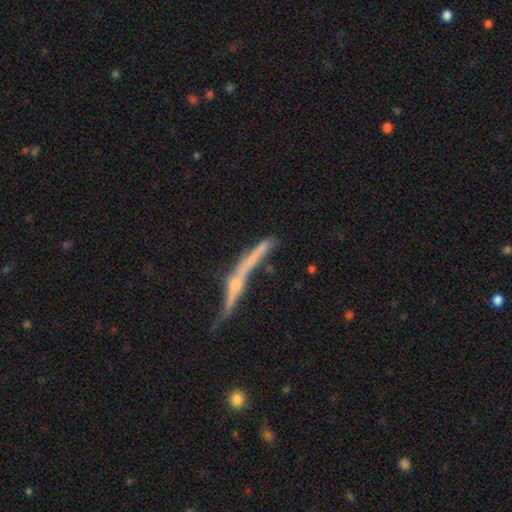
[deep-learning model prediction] Smooth or featured? featured or disk (54%)
Edge-on disk? yes (87%)
Merging? none (46%)